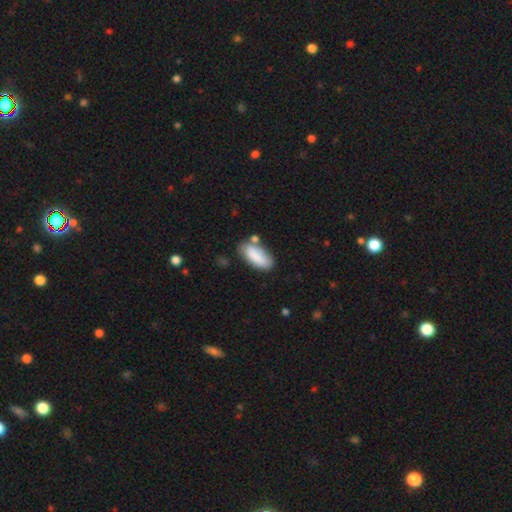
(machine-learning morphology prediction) type=smooth (84%); roundness=in between (82%); merging=none (62%).